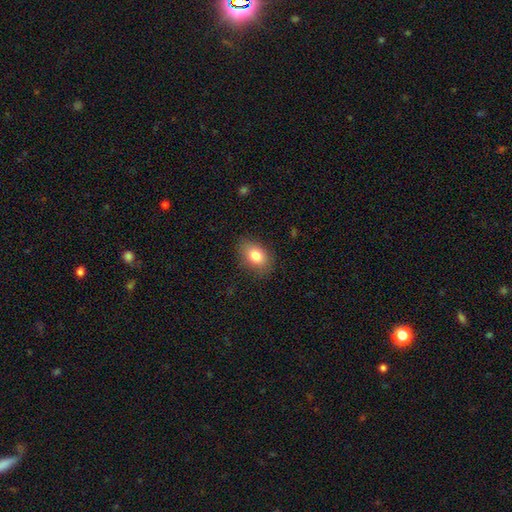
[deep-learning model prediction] Smooth or featured: smooth — 81% (featured or disk — 10%)
How rounded: in between — 81% (round — 17%)
Merging: none — 82% (minor disturbance — 13%)